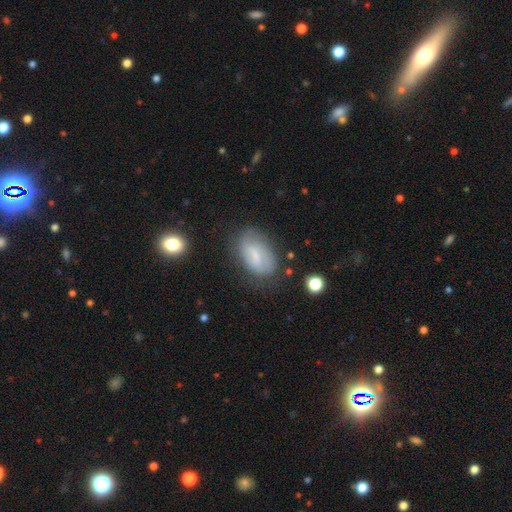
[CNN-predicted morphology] Q: Smooth or featured?
A: smooth (50%); runner-up: featured or disk (41%)
Q: How rounded?
A: in between (91%); runner-up: round (7%)
Q: Merging?
A: none (63%); runner-up: minor disturbance (25%)